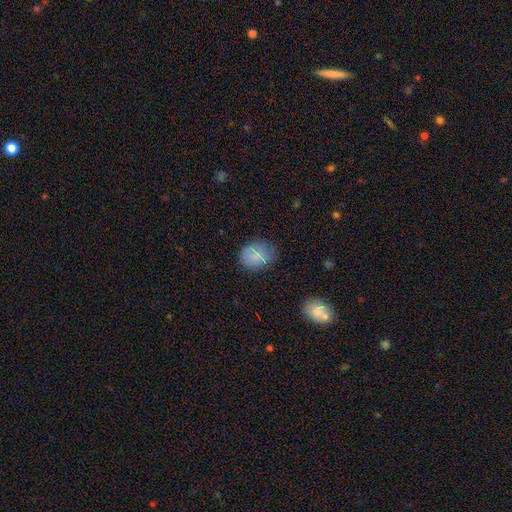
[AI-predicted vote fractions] The model was most divided on "how rounded": in between: 60%, round: 39%, cigar-shaped: 1%. More confident: smooth or featured — smooth (80%); merging — none (70%).